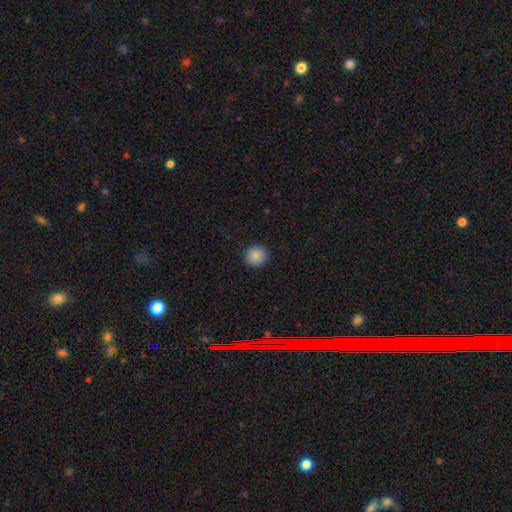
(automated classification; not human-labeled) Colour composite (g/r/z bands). It shows a smooth galaxy with no disk features (87%) that is round (90%). Merging: none (91%).